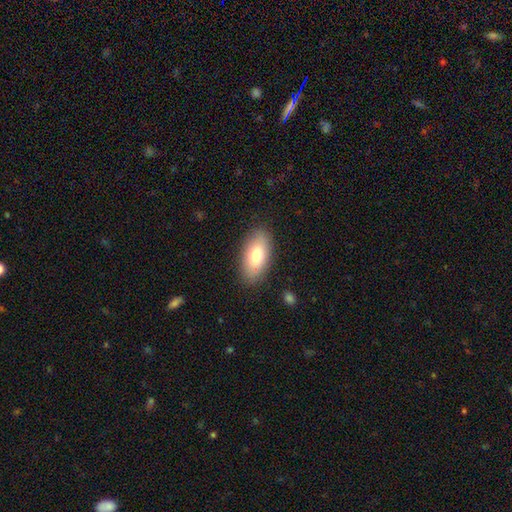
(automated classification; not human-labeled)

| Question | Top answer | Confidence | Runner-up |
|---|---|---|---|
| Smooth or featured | smooth | 77% | featured or disk (16%) |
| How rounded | in between | 92% | cigar-shaped (5%) |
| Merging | none | 84% | minor disturbance (11%) |